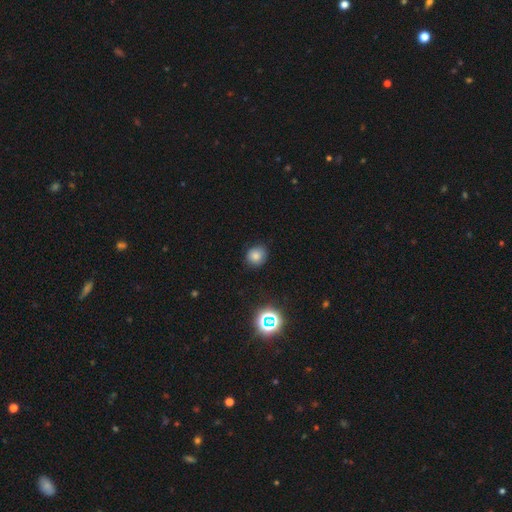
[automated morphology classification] Q: Smooth or featured?
A: smooth (78%); runner-up: star or artifact (15%)
Q: How rounded?
A: round (76%); runner-up: in between (23%)
Q: Merging?
A: none (82%); runner-up: minor disturbance (13%)